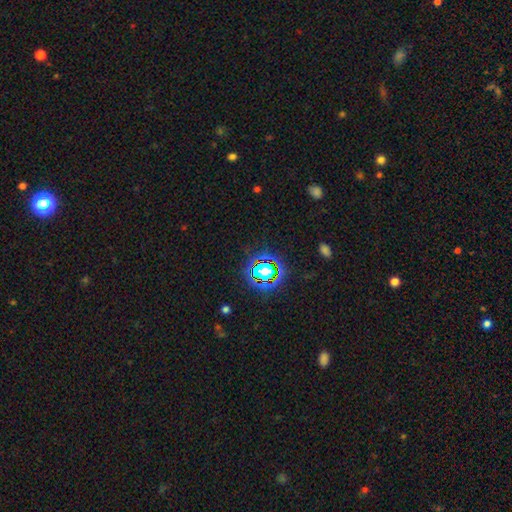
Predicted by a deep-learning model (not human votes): Smooth or featured?
  - star or artifact: 78% *
  - smooth: 14%
  - featured or disk: 9%